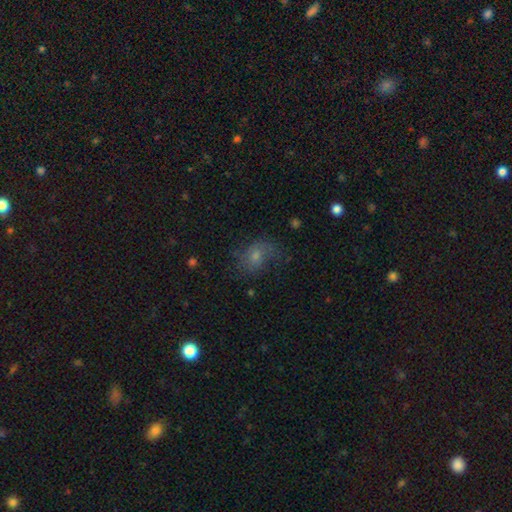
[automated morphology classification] This appears to be a smooth galaxy with no disk features (56%) that is in between round and cigar-shaped (63%). Merging: none (50%).